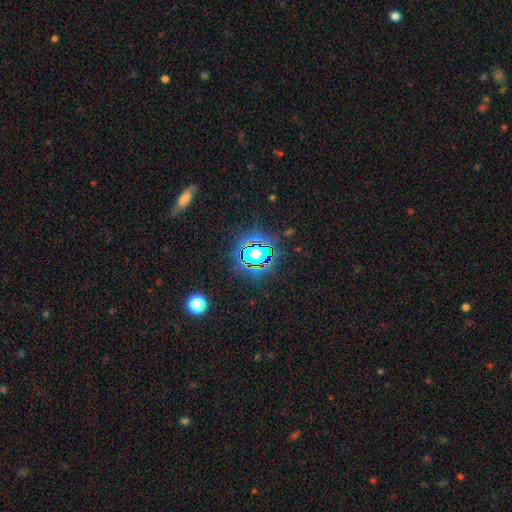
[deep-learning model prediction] Q: Smooth or featured?
A: star or artifact (75%); runner-up: smooth (15%)